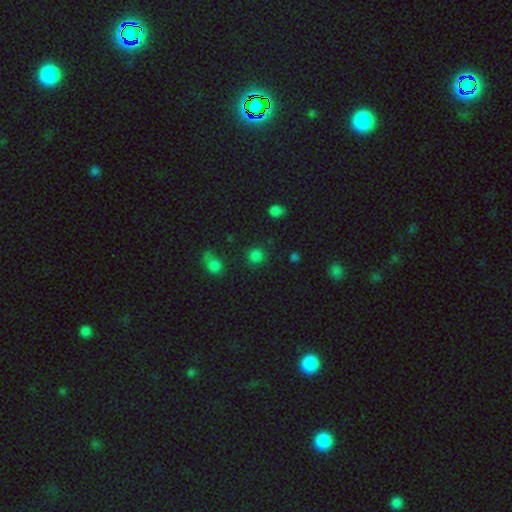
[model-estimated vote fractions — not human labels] smooth-or-featured: smooth: 77% | star or artifact: 19% | featured or disk: 4%
  how-rounded: round: 90% | in between: 9% | cigar-shaped: 1%
  merging: none: 83% | minor disturbance: 9% | merger: 4% | major disturbance: 4%